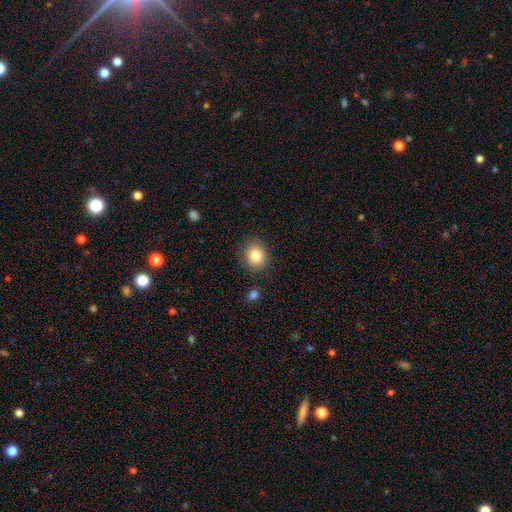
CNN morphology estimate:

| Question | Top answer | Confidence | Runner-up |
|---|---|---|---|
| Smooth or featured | smooth | 84% | star or artifact (9%) |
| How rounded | round | 74% | in between (25%) |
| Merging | none | 84% | minor disturbance (10%) |